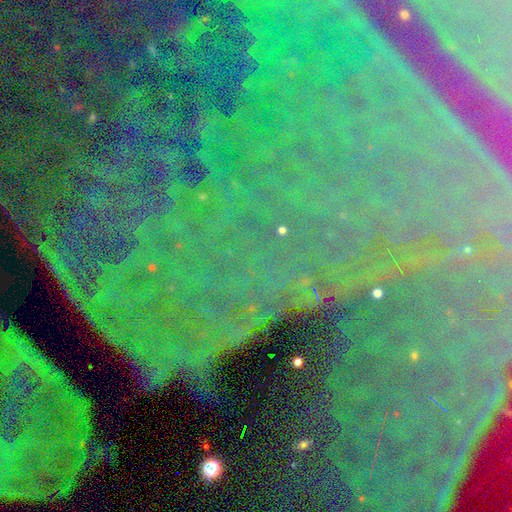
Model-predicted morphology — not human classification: star or artifact 84%, featured or disk 8%, smooth 7%.